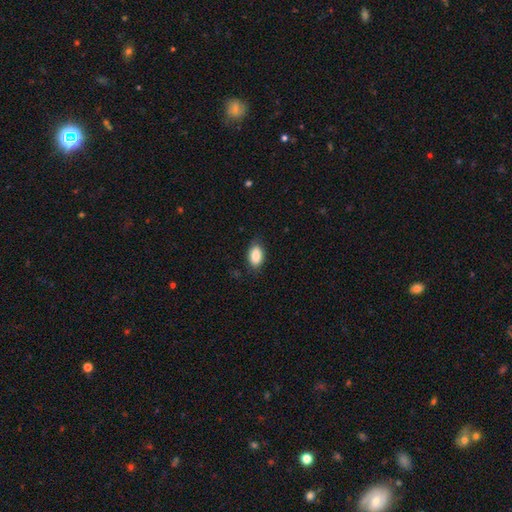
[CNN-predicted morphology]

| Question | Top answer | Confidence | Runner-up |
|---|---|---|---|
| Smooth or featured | smooth | 87% | star or artifact (7%) |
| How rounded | in between | 91% | round (7%) |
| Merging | none | 81% | minor disturbance (15%) |